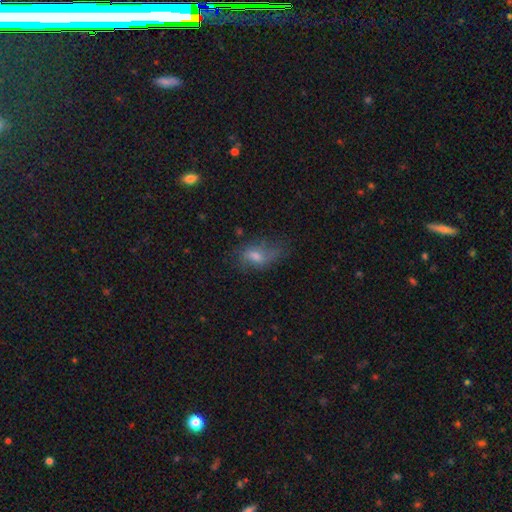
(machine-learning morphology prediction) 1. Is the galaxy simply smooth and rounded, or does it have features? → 54% smooth, 34% featured or disk, 12% star or artifact.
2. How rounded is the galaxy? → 83% in between, 11% round, 7% cigar-shaped.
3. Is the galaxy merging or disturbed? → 52% none, 28% minor disturbance, 18% major disturbance, 2% merger.